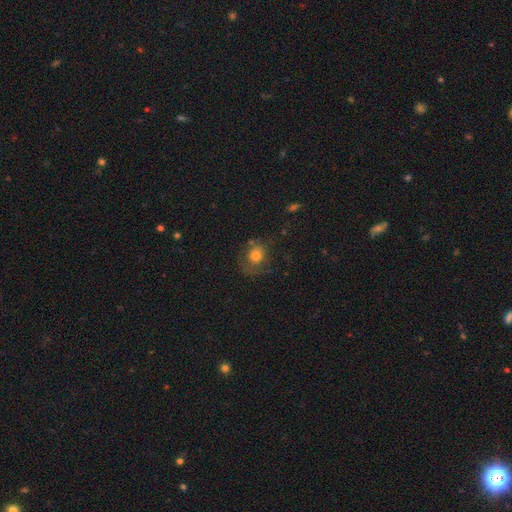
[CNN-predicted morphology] This appears to be a smooth galaxy with no disk features (69%) that is round (69%). Merging: none (55%).